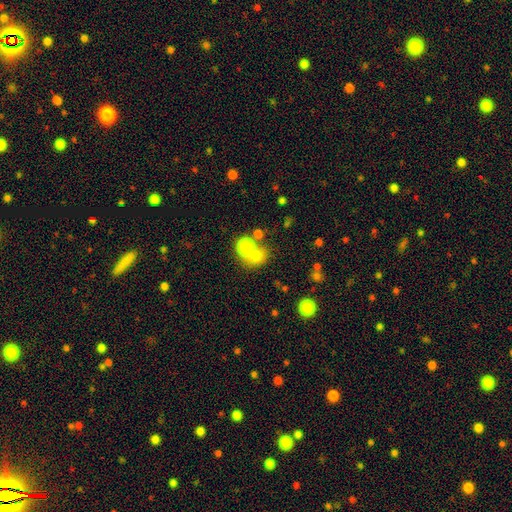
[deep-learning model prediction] smooth-or-featured: smooth: 68% | star or artifact: 20% | featured or disk: 12%
  how-rounded: round: 71% | in between: 28% | cigar-shaped: 1%
  merging: none: 49% | merger: 37% | minor disturbance: 9% | major disturbance: 5%